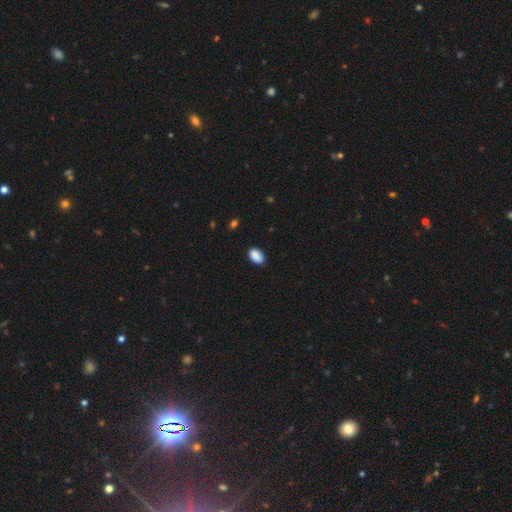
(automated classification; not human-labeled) Smooth or featured? Predicted: smooth (p=0.90). How rounded? Predicted: in between (p=0.92). Merging? Predicted: none (p=0.84).